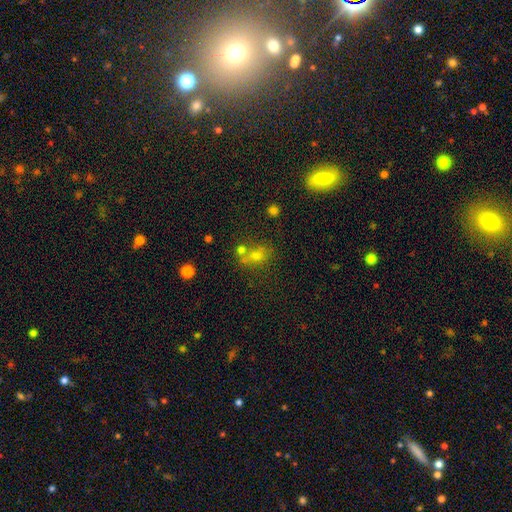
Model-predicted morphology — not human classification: Smooth or featured? smooth (59%)
How rounded? round (53%)
Merging? none (50%)